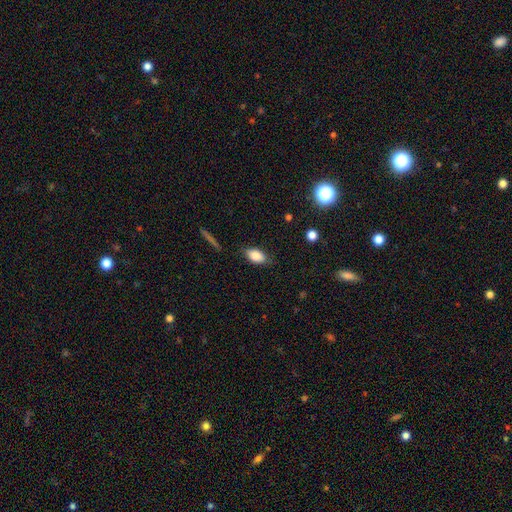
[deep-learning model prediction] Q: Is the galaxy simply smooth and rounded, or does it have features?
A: smooth — 84%.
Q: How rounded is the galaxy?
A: in between — 90%.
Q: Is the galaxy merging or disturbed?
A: none — 80%.